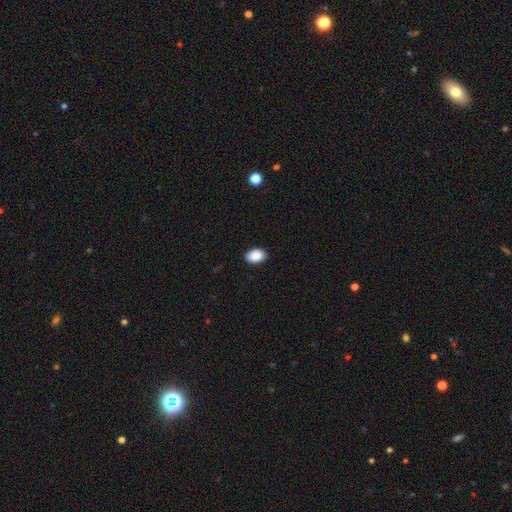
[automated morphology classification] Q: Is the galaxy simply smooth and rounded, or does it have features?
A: smooth — 90%.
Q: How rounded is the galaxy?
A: in between — 85%.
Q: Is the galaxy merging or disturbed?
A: none — 89%.